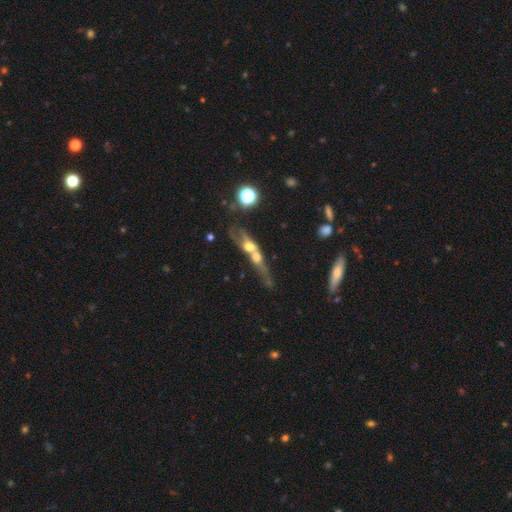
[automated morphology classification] A featured or disk galaxy (54%) viewed edge-on (59%).

Vote fractions:
- Smooth or featured? featured or disk: 54% / smooth: 33% / star or artifact: 13%
- Edge-on disk? yes: 59% / no: 41%
- Merging? merger: 56% / none: 26% / minor disturbance: 10% / major disturbance: 8%